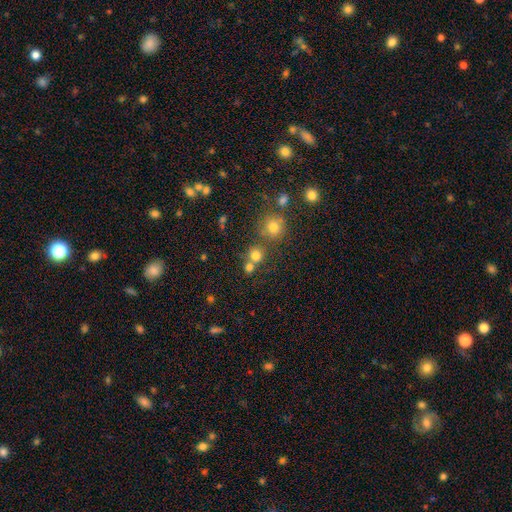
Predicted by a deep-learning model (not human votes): Overall: smooth (74%). How rounded: round (88%). Merging: none (59%; merger 31%).